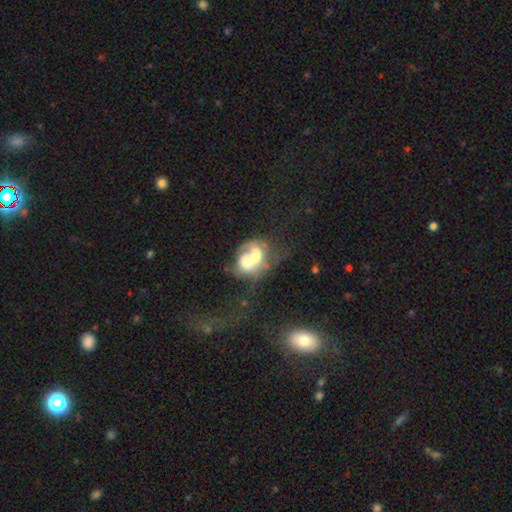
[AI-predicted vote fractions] The model was most divided on "smooth or featured": smooth: 48%, featured or disk: 42%, star or artifact: 10%. More confident: merging — merger (68%).